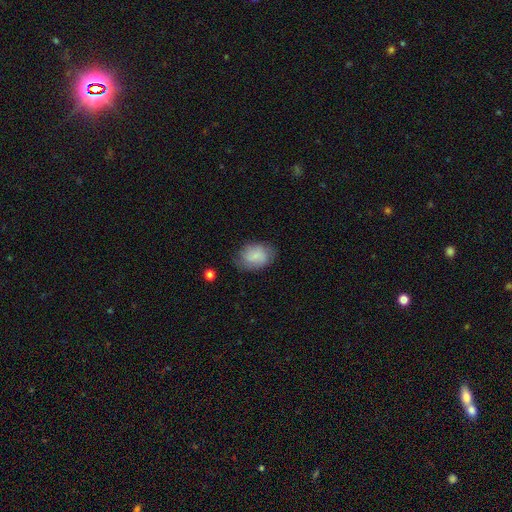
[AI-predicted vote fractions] smooth 77%, featured or disk 15%, star or artifact 7%. Down the decision tree: how rounded — in between (74%); merging — none (70%).